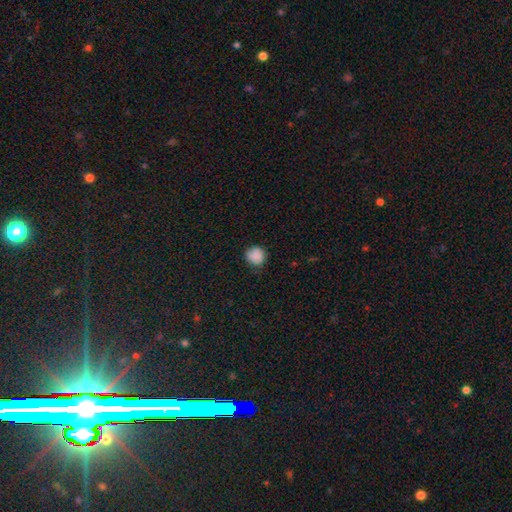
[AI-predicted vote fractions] smooth 86%, star or artifact 10%, featured or disk 5%. Down the decision tree: how rounded — round (85%); merging — none (73%).